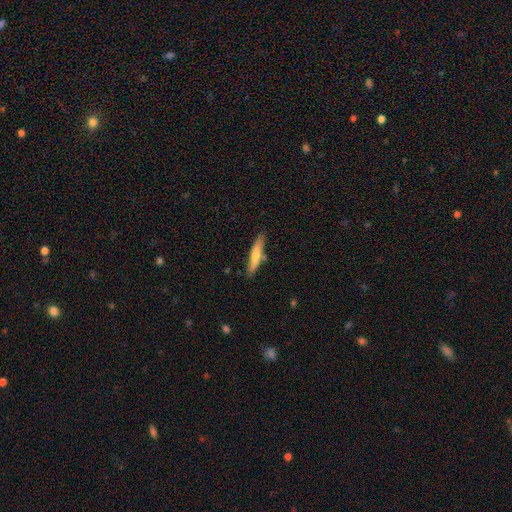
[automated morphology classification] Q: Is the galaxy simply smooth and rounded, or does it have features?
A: smooth — 67%.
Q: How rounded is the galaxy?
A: cigar-shaped — 88%.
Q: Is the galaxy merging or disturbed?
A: none — 79%.